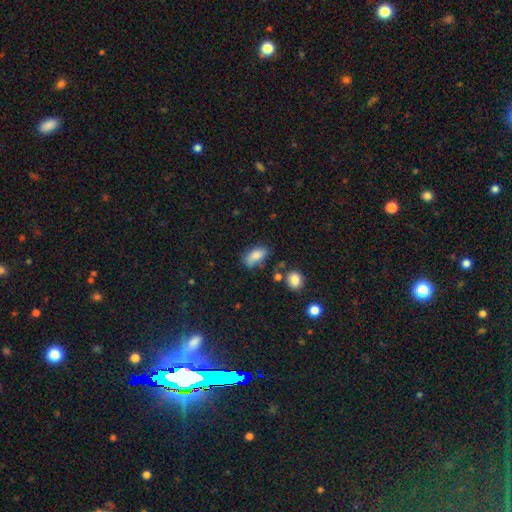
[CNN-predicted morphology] A smooth galaxy with no disk features (81%) that is in between round and cigar-shaped (87%). Merging: none (61%).